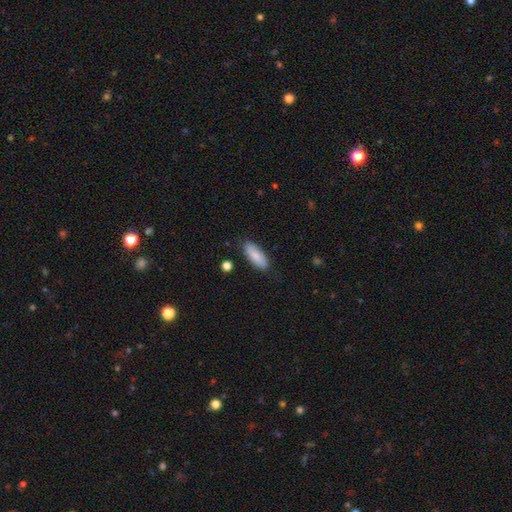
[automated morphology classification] Q: Smooth or featured?
A: smooth (84%); runner-up: featured or disk (10%)
Q: How rounded?
A: in between (76%); runner-up: cigar-shaped (22%)
Q: Merging?
A: none (84%); runner-up: minor disturbance (12%)